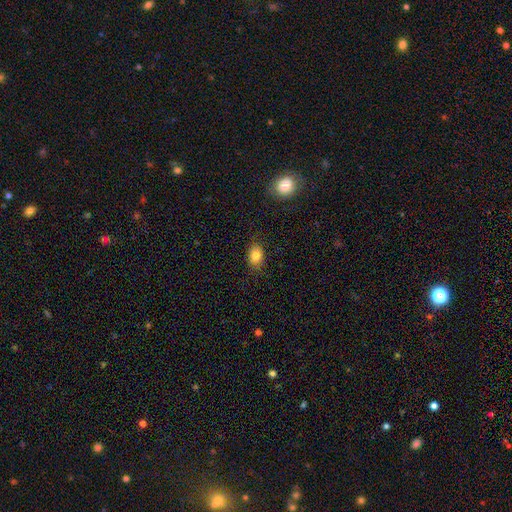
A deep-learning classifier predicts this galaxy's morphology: This appears to be a smooth galaxy with no disk features (83%) that is in between round and cigar-shaped (72%). Merging: none (83%).